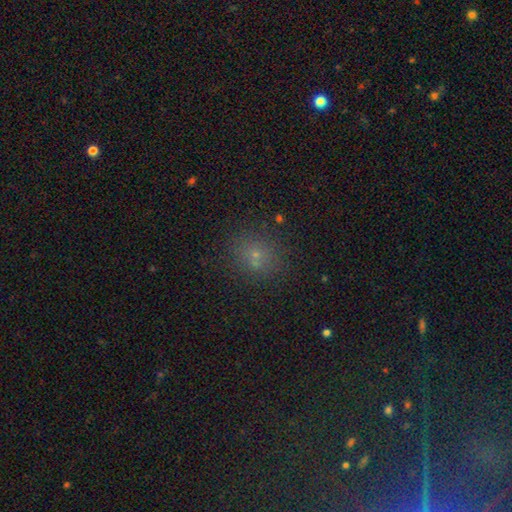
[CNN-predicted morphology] smooth 62%, star or artifact 27%, featured or disk 11%. Down the decision tree: how rounded — round (77%); merging — none (77%).